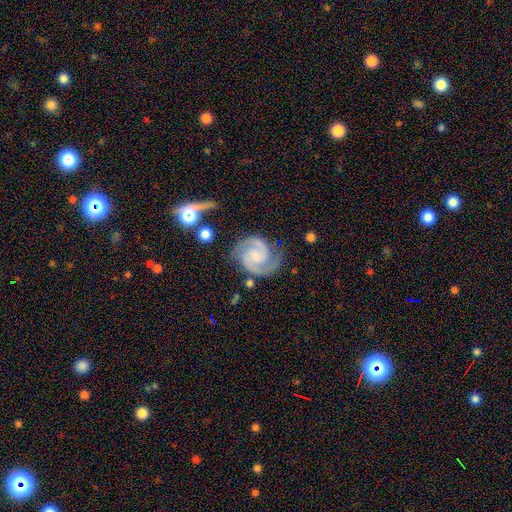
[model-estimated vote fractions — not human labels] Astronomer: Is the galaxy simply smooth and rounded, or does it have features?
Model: featured or disk — 92%.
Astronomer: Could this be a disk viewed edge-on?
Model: no — 98%.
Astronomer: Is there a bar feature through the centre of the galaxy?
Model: no — 51% (runner-up: weak, 39%).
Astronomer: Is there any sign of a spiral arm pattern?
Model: yes — 99%.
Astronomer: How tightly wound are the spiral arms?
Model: tight — 47%, tied with medium at 47%.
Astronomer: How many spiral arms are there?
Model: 2 — 93%.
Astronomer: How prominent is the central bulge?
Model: small — 37% (runner-up: none, 31%).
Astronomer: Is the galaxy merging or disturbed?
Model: none — 79%.